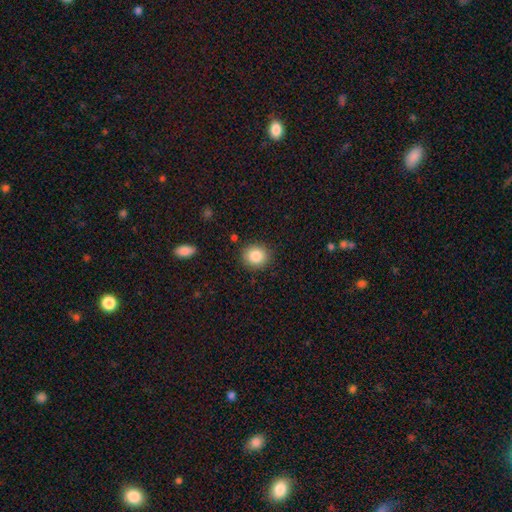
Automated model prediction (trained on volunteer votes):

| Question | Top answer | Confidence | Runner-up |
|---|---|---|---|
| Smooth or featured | smooth | 85% | star or artifact (9%) |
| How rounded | round | 83% | in between (16%) |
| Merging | none | 88% | minor disturbance (8%) |